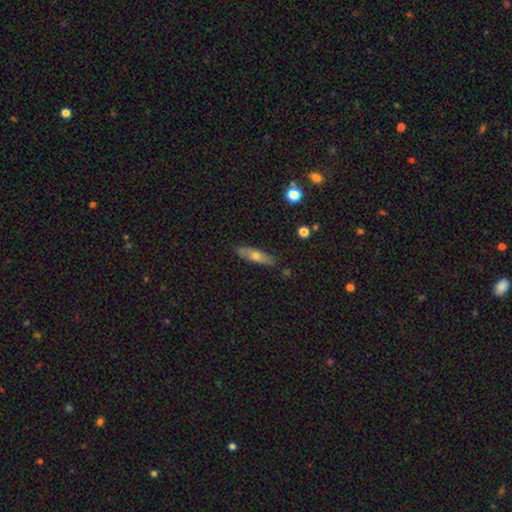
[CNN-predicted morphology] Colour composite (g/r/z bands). It shows a smooth galaxy with no disk features (55%) that is cigar-shaped (63%). Merging: none (83%).